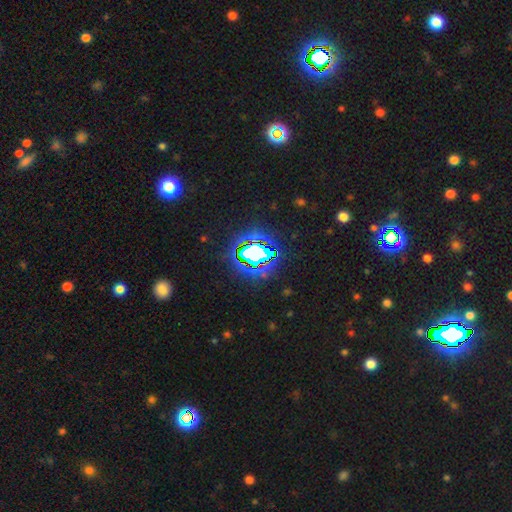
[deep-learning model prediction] This appears to be a star or artifact, not a galaxy (73%).